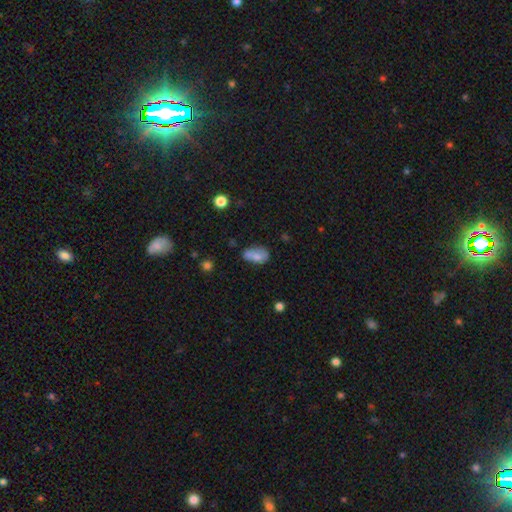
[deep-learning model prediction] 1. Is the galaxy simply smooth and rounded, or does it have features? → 69% smooth, 21% featured or disk, 10% star or artifact.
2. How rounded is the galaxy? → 86% in between, 9% round, 4% cigar-shaped.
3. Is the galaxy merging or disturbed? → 40% none, 27% minor disturbance, 20% merger, 14% major disturbance.